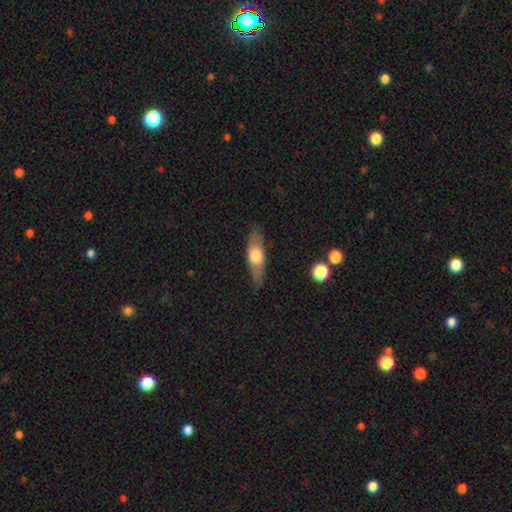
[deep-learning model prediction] The model was most divided on "how rounded": in between: 50%, cigar-shaped: 45%, round: 5%. More confident: merging — none (81%); smooth or featured — smooth (52%).